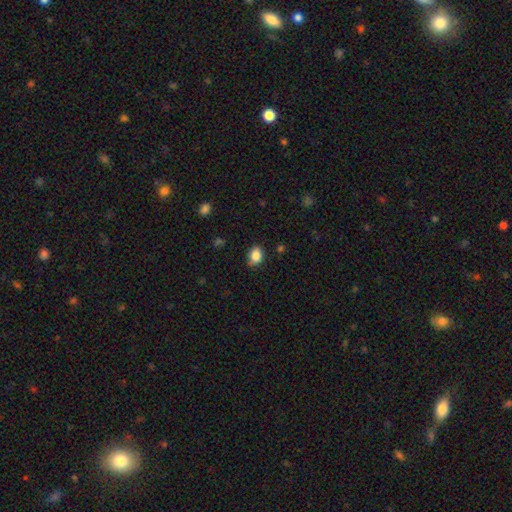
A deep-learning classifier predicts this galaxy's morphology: Q: Smooth or featured?
A: smooth (85%); runner-up: star or artifact (9%)
Q: How rounded?
A: in between (66%); runner-up: round (33%)
Q: Merging?
A: none (75%); runner-up: minor disturbance (20%)